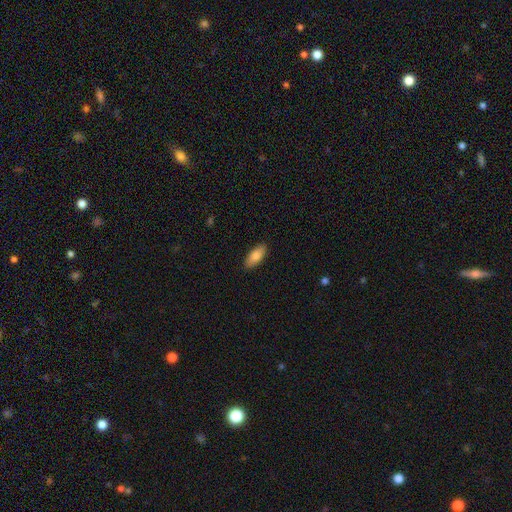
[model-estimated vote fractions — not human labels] Smooth or featured? smooth (82%)
How rounded? in between (85%)
Merging? none (88%)